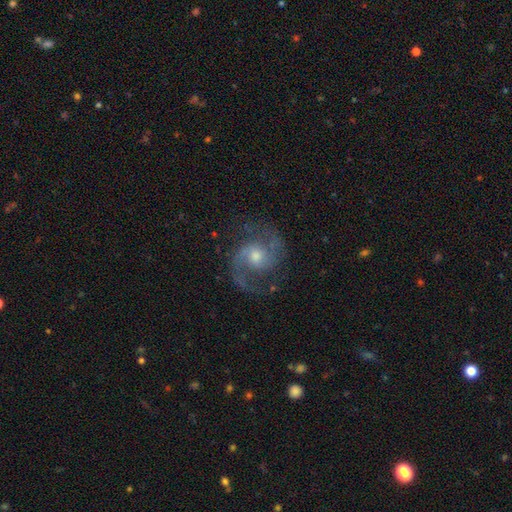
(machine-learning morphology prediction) This appears to be a featured or disk galaxy (90%) with no bar (60%), 2 (93%) medium (61%) spiral arms (98%) and a moderate central bulge (60%). Merging: none (78%).